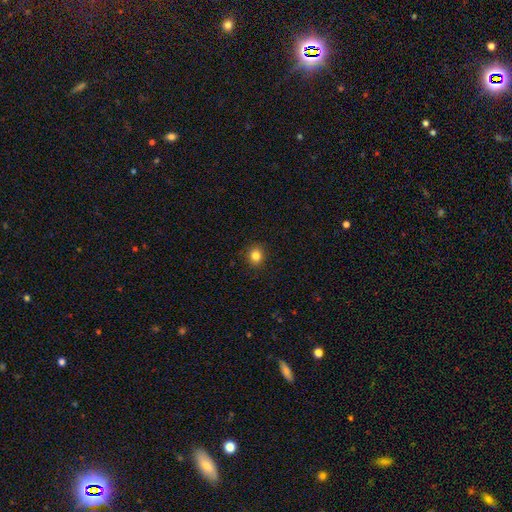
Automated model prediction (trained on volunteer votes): Smooth or featured?
  - smooth: 84% *
  - star or artifact: 11%
  - featured or disk: 5%
How rounded?
  - round: 80% *
  - in between: 19%
  - cigar-shaped: 1%
Merging?
  - none: 90% *
  - minor disturbance: 7%
  - major disturbance: 2%
  - merger: 1%